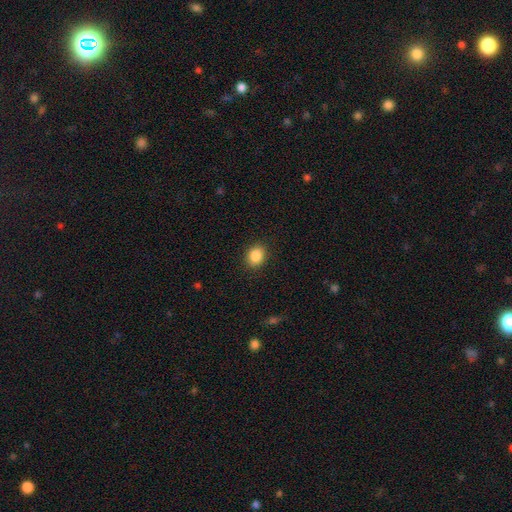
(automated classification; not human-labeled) Morphology: type=smooth (87%); roundness=round (52%); merging=none (89%).